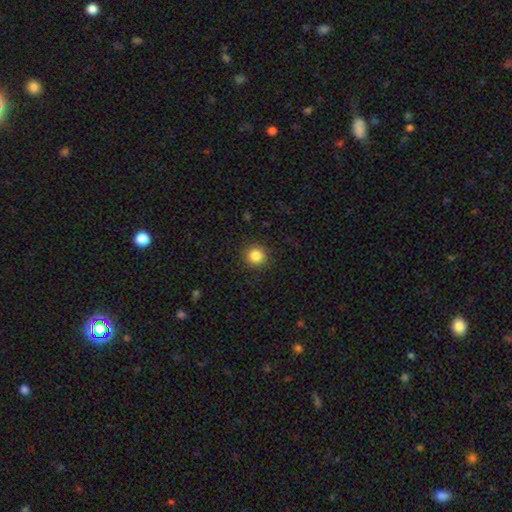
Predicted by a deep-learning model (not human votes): smooth 86%, star or artifact 10%, featured or disk 4%. Down the decision tree: how rounded — round (93%); merging — none (90%).